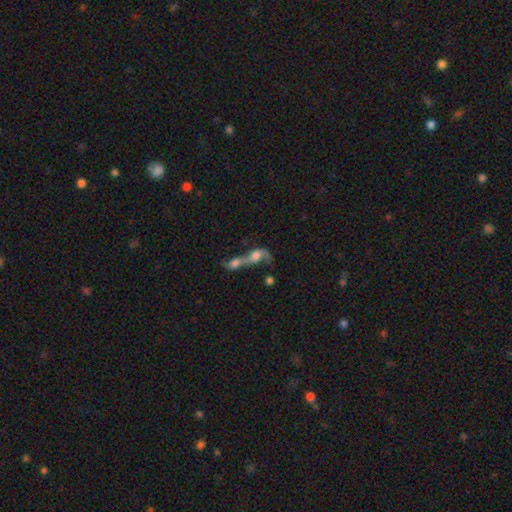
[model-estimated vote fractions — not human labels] Smooth or featured?
  - featured or disk: 49% *
  - smooth: 40%
  - star or artifact: 11%
Merging?
  - merger: 84% *
  - major disturbance: 7%
  - none: 6%
  - minor disturbance: 3%